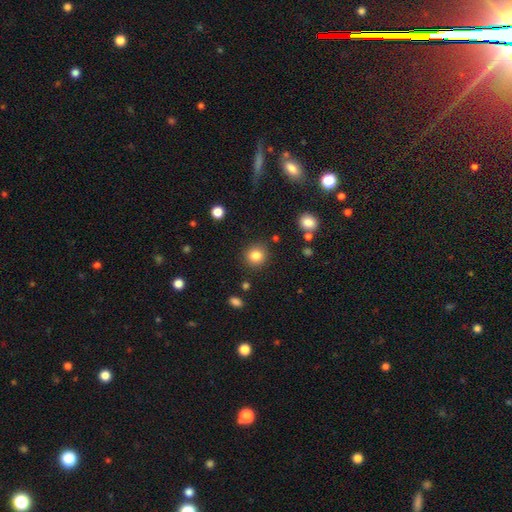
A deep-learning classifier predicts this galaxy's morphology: Smooth or featured? smooth (84%)
How rounded? round (90%)
Merging? none (88%)